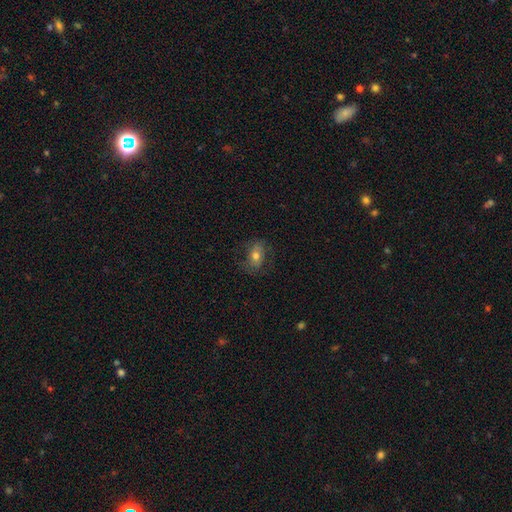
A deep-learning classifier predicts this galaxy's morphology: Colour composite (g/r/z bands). It shows a smooth galaxy with no disk features (59%) that is in between round and cigar-shaped (71%). Merging: none (69%).